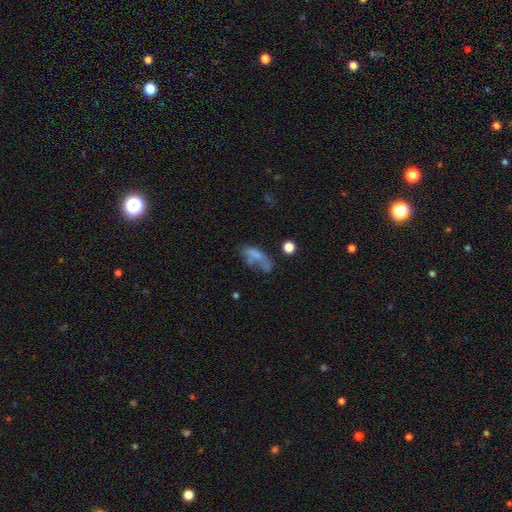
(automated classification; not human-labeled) smooth_or_featured: smooth (p=0.61) [alt: featured or disk p=0.26]
how_rounded: in between (p=0.71) [alt: cigar-shaped p=0.24]
merging: none (p=0.33) [alt: major disturbance p=0.24]